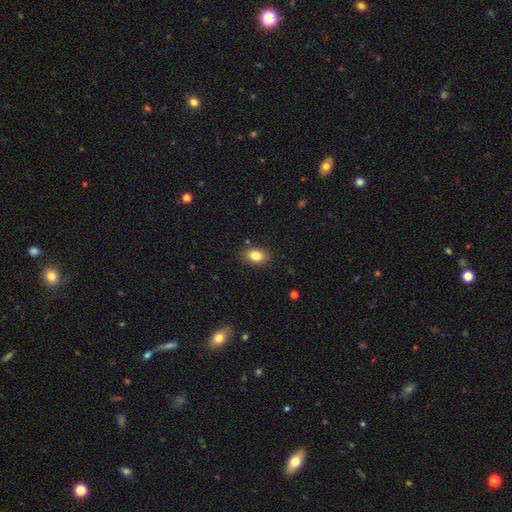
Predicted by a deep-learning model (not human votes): Smooth or featured? Predicted: smooth (p=0.84). How rounded? Predicted: in between (p=0.83). Merging? Predicted: none (p=0.86).